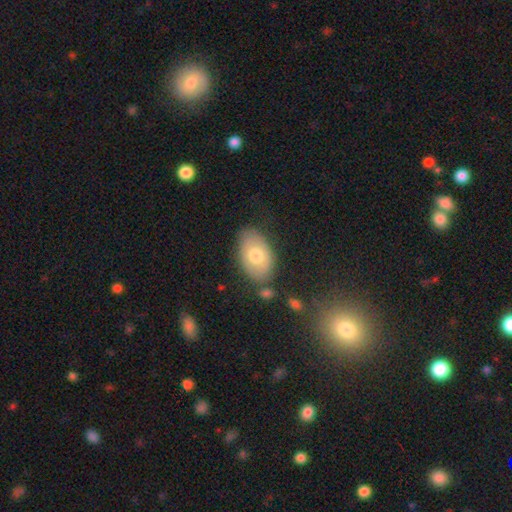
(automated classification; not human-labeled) Smooth or featured? Predicted: smooth (p=0.68). How rounded? Predicted: in between (p=0.90). Merging? Predicted: none (p=0.75).